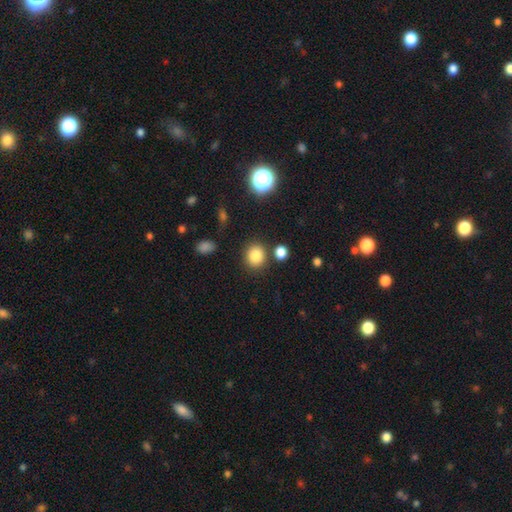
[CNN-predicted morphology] Overall: smooth (83%). How rounded: round (79%). Merging: none (81%).